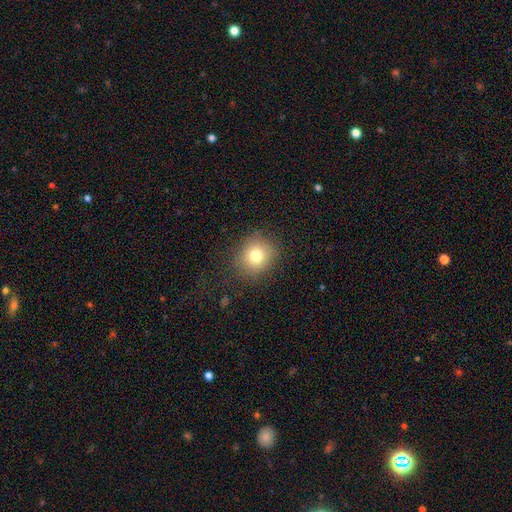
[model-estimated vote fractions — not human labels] Morphology: type=smooth (76%); roundness=round (83%); merging=none (84%).